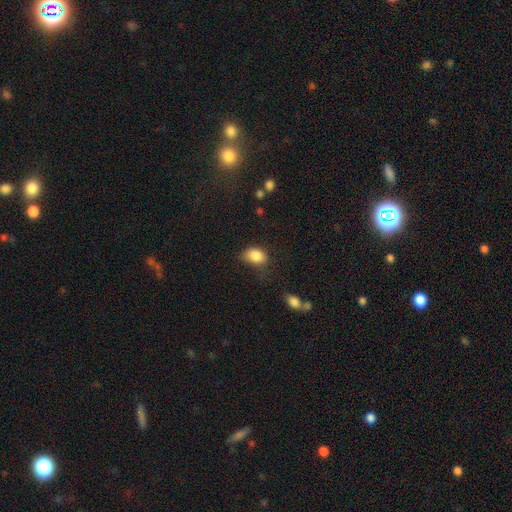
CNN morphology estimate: smooth-or-featured: smooth: 85% | star or artifact: 9% | featured or disk: 6%
  how-rounded: in between: 77% | round: 22% | cigar-shaped: 1%
  merging: none: 52% | minor disturbance: 33% | major disturbance: 12% | merger: 3%